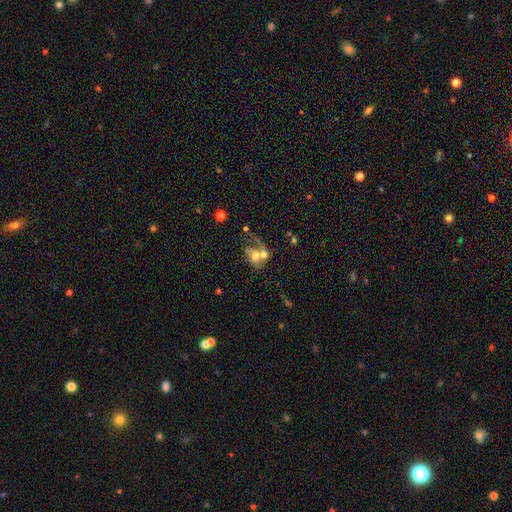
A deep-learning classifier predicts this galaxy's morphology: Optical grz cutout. It shows a featured or disk galaxy (48%). Merging: merger (58%).